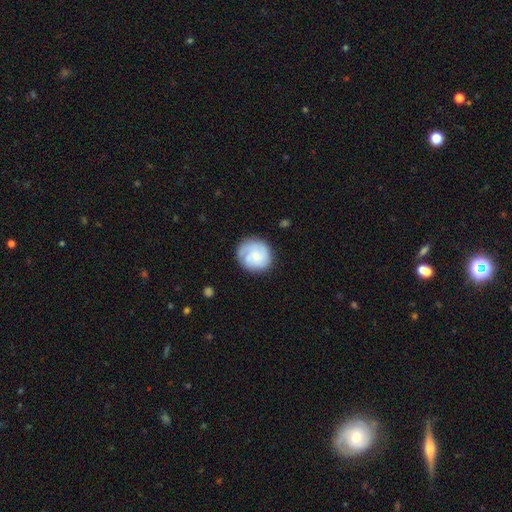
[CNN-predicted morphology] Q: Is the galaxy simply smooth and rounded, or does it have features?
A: featured or disk — 49%.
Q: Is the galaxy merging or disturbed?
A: none — 74%.